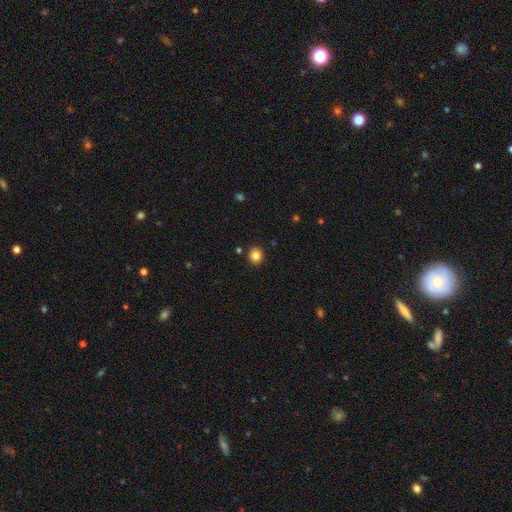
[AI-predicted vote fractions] A smooth galaxy with no disk features (84%) that is round (82%). Merging: none (89%).